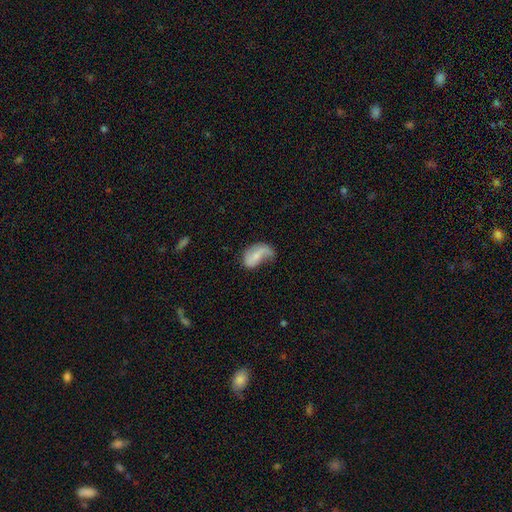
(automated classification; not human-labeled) Overall: featured or disk (49%; smooth 44%). Merging: major disturbance (33%; minor disturbance 32%).